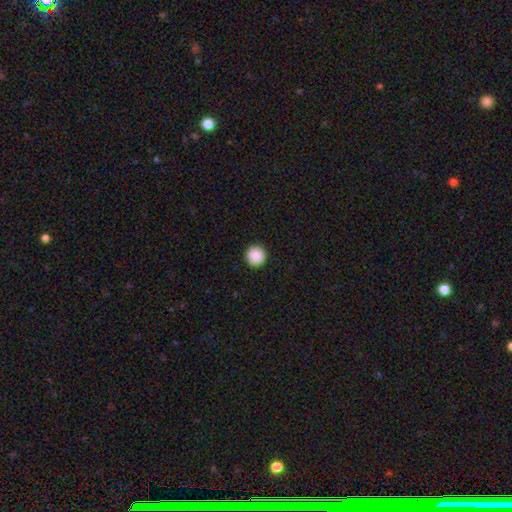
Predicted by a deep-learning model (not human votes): Smooth or featured?
  - smooth: 89% *
  - star or artifact: 8%
  - featured or disk: 4%
How rounded?
  - round: 95% *
  - in between: 4%
  - cigar-shaped: 1%
Merging?
  - none: 92% *
  - minor disturbance: 5%
  - major disturbance: 2%
  - merger: 1%